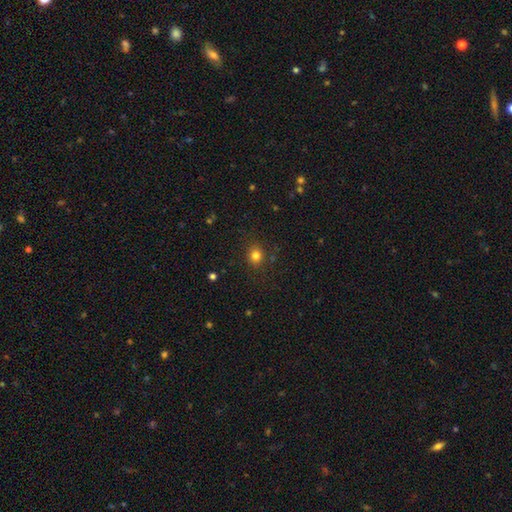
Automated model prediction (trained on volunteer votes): The model was most divided on "how rounded": round: 82%, in between: 17%, cigar-shaped: 1%. More confident: merging — none (87%); smooth or featured — smooth (80%).